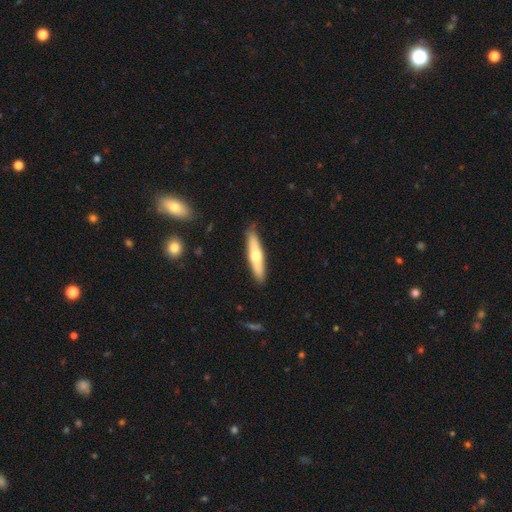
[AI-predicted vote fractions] Smooth or featured?
  - smooth: 54% *
  - featured or disk: 40%
  - star or artifact: 5%
How rounded?
  - cigar-shaped: 81% *
  - in between: 17%
  - round: 2%
Merging?
  - none: 87% *
  - minor disturbance: 9%
  - major disturbance: 2%
  - merger: 1%